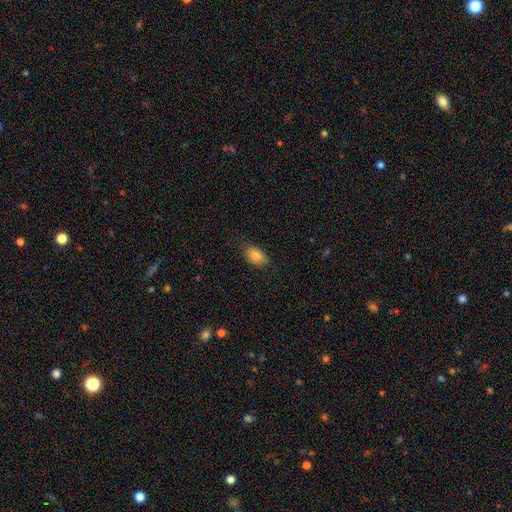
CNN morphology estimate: type=smooth (82%); roundness=in between (89%); merging=none (80%).